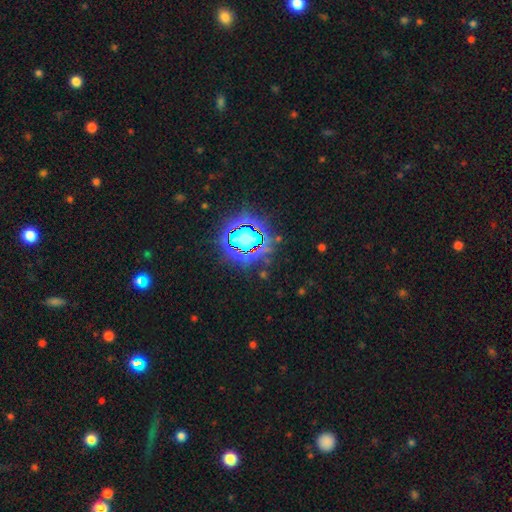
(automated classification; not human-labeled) Smooth or featured? Predicted: star or artifact (p=0.84).